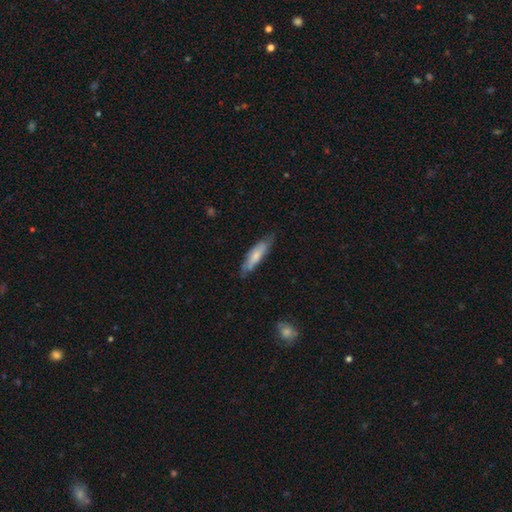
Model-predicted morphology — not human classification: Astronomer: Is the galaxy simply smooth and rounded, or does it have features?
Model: smooth — 61%.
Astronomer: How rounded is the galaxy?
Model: cigar-shaped — 65%.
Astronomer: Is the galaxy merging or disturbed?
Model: none — 70%.